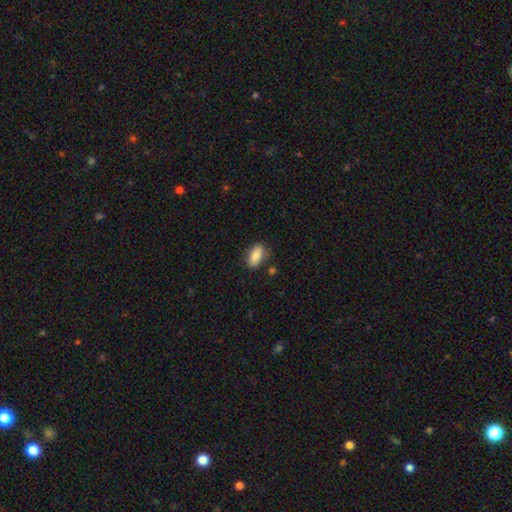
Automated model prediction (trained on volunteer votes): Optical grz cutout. It shows a smooth galaxy with no disk features (85%) that is in between round and cigar-shaped (88%). Merging: none (79%).